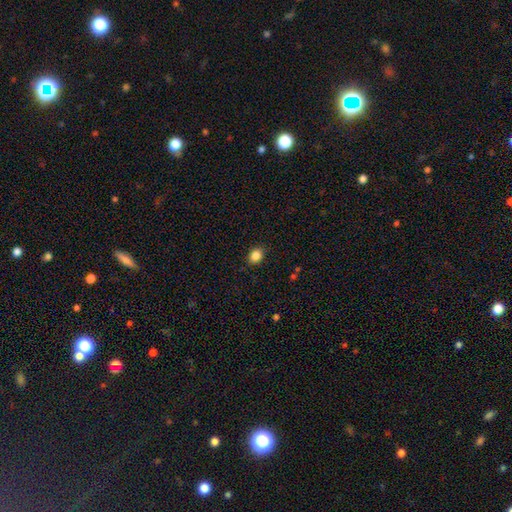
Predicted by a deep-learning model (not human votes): smooth_or_featured: smooth (p=0.86) [alt: star or artifact p=0.10]
how_rounded: in between (p=0.50) [alt: round p=0.49]
merging: none (p=0.88) [alt: minor disturbance p=0.08]